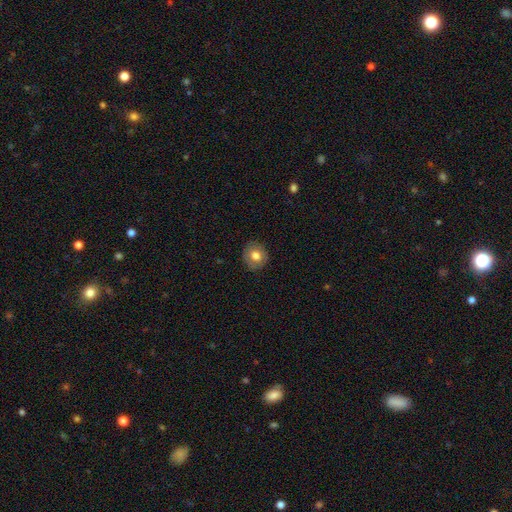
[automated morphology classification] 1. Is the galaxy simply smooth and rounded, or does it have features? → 76% smooth, 15% featured or disk, 9% star or artifact.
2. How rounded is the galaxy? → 82% round, 17% in between, 1% cigar-shaped.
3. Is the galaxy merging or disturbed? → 88% none, 9% minor disturbance, 2% major disturbance, 1% merger.